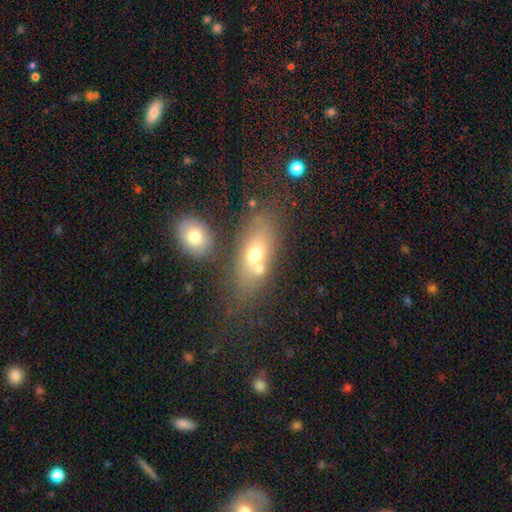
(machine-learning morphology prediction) smooth_or_featured: smooth (p=0.62) [alt: featured or disk p=0.27]
how_rounded: in between (p=0.71) [alt: cigar-shaped p=0.18]
merging: none (p=0.50) [alt: merger p=0.30]